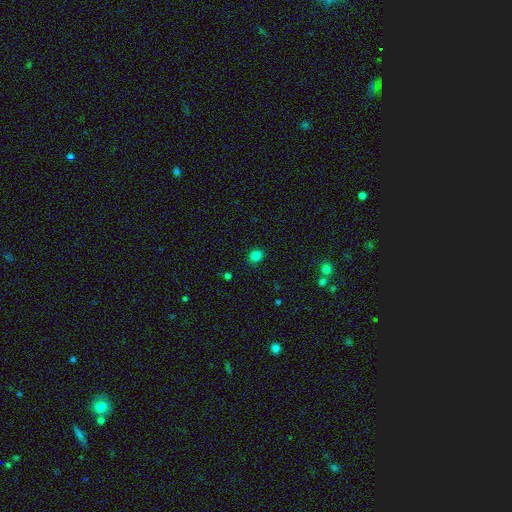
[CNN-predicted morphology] Q: Smooth or featured?
A: smooth (82%); runner-up: star or artifact (14%)
Q: How rounded?
A: round (75%); runner-up: in between (24%)
Q: Merging?
A: none (88%); runner-up: minor disturbance (8%)